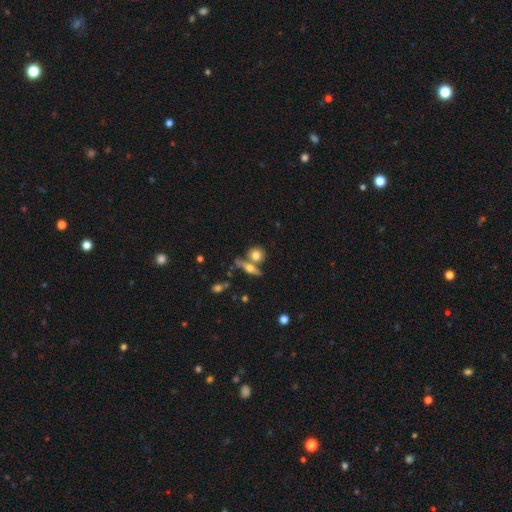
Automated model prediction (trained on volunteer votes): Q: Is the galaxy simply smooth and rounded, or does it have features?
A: smooth — 66%.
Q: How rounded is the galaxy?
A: round — 67%.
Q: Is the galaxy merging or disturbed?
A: none — 57%.